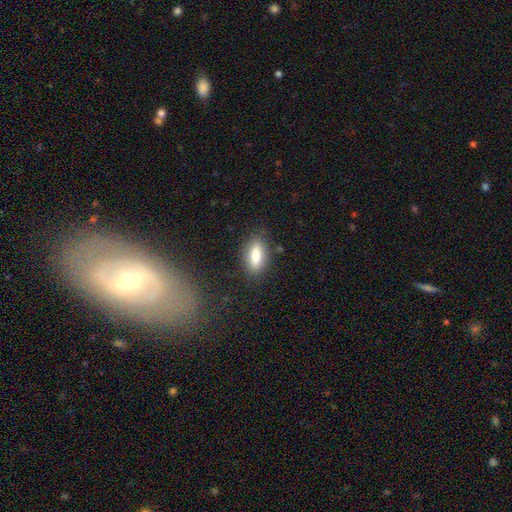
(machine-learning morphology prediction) smooth-or-featured: smooth: 82% | featured or disk: 10% | star or artifact: 8%
  how-rounded: in between: 75% | cigar-shaped: 21% | round: 3%
  merging: none: 84% | minor disturbance: 11% | major disturbance: 3% | merger: 2%